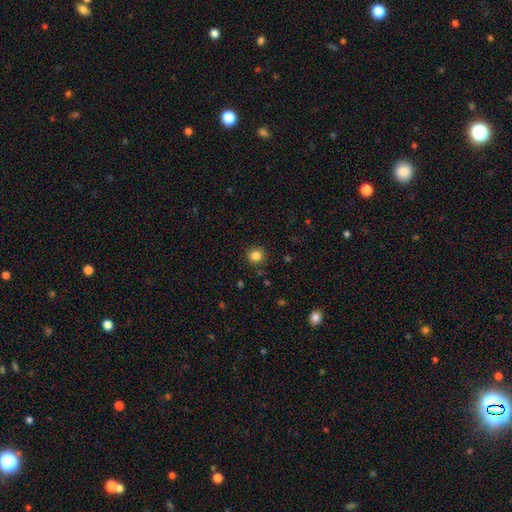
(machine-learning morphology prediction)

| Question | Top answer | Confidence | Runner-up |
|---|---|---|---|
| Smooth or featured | smooth | 84% | star or artifact (12%) |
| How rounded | round | 92% | in between (7%) |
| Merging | none | 90% | minor disturbance (7%) |